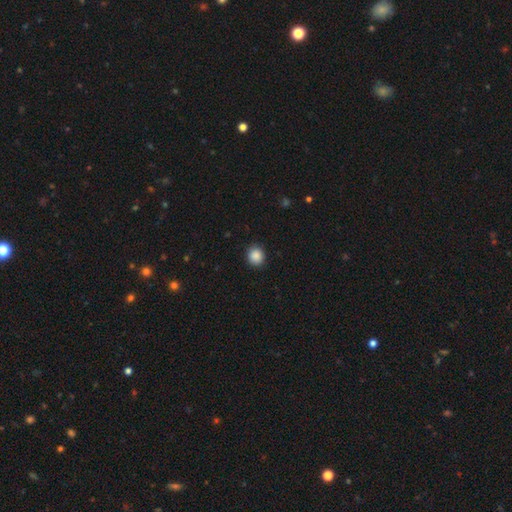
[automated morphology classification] The model was most divided on "how rounded": round: 85%, in between: 14%, cigar-shaped: 1%. More confident: merging — none (90%); smooth or featured — smooth (88%).